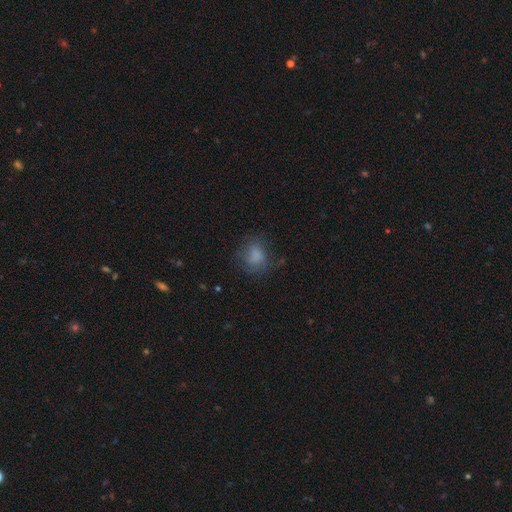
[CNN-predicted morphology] A smooth galaxy with no disk features (71%) that is round (59%). Merging: none (56%).